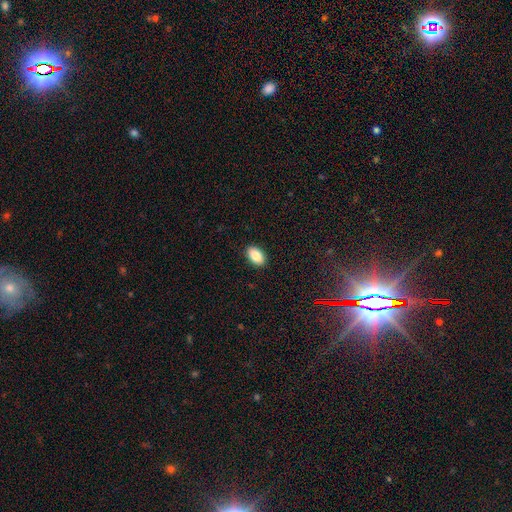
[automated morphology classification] Smooth or featured?
  - smooth: 86% *
  - star or artifact: 8%
  - featured or disk: 6%
How rounded?
  - in between: 93% *
  - round: 5%
  - cigar-shaped: 2%
Merging?
  - none: 90% *
  - minor disturbance: 7%
  - major disturbance: 2%
  - merger: 1%